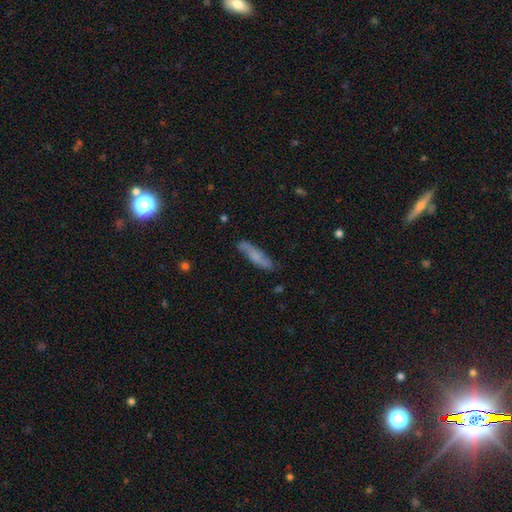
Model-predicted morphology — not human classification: Q: Smooth or featured?
A: smooth (50%); runner-up: featured or disk (42%)
Q: How rounded?
A: cigar-shaped (77%); runner-up: in between (21%)
Q: Merging?
A: none (77%); runner-up: minor disturbance (17%)